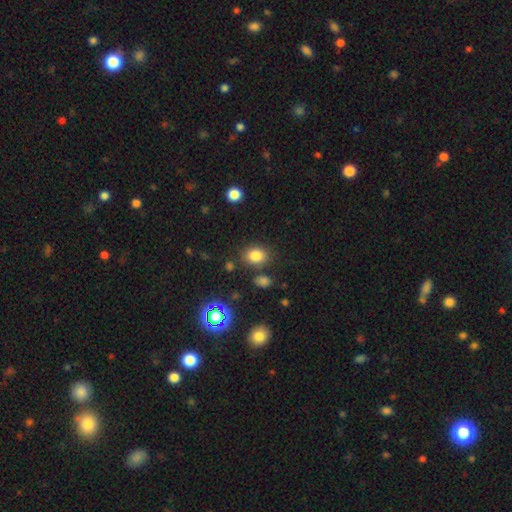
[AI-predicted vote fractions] A smooth galaxy with no disk features (80%) that is in between round and cigar-shaped (52%).

Vote fractions:
- Smooth or featured? smooth: 80% / star or artifact: 13% / featured or disk: 6%
- How rounded? in between: 52% / round: 47% / cigar-shaped: 1%
- Merging? none: 77% / minor disturbance: 12% / merger: 7% / major disturbance: 4%